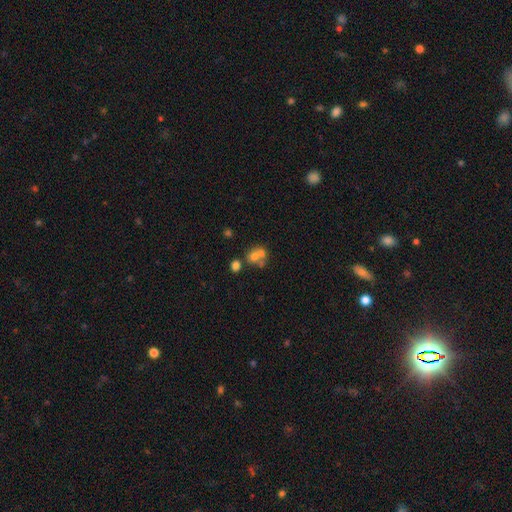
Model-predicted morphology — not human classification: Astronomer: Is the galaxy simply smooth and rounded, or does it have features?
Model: smooth — 63%.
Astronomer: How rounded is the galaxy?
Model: round — 71%.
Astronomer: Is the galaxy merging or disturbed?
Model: merger — 55% (runner-up: none, 33%).